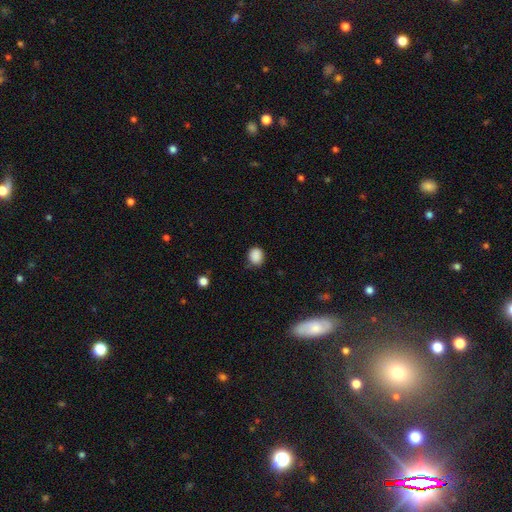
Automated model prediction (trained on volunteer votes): smooth-or-featured: smooth: 88% | star or artifact: 9% | featured or disk: 3%
  how-rounded: round: 65% | in between: 34% | cigar-shaped: 1%
  merging: none: 78% | minor disturbance: 16% | major disturbance: 4% | merger: 2%